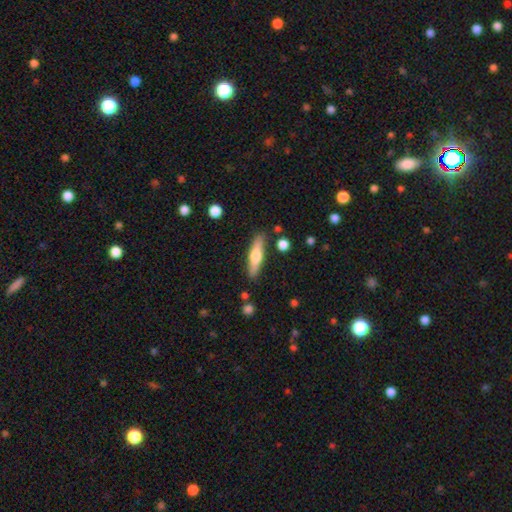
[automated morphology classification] Smooth or featured? smooth (52%)
How rounded? cigar-shaped (74%)
Merging? none (85%)